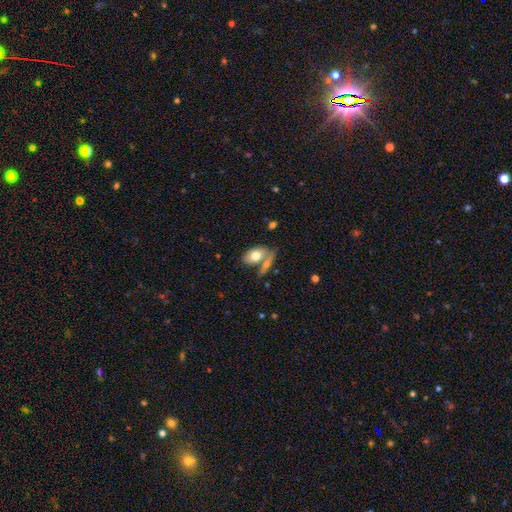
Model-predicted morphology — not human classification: Smooth or featured? Predicted: smooth (p=0.72). How rounded? Predicted: in between (p=0.90). Merging? Predicted: none (p=0.46).